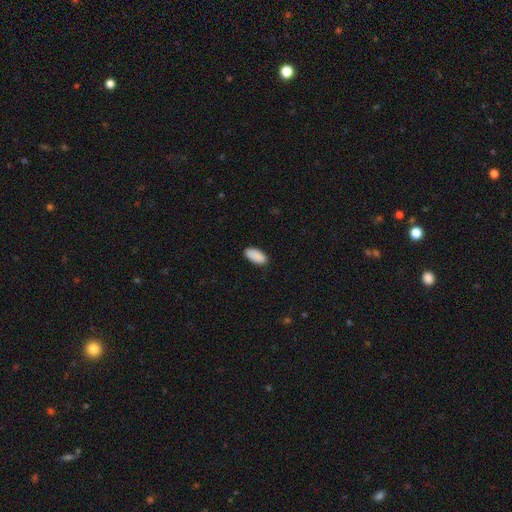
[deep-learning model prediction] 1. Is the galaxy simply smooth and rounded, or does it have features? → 91% smooth, 6% star or artifact, 3% featured or disk.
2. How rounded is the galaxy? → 93% in between, 6% cigar-shaped, 2% round.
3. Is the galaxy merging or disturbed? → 87% none, 10% minor disturbance, 2% major disturbance, 1% merger.